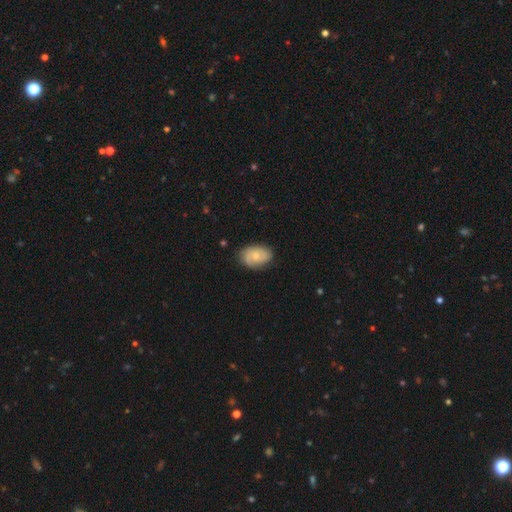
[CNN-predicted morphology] A featured or disk galaxy (49%).

Vote fractions:
- Smooth or featured? featured or disk: 49% / smooth: 44% / star or artifact: 6%
- Merging? none: 76% / minor disturbance: 18% / major disturbance: 4% / merger: 1%